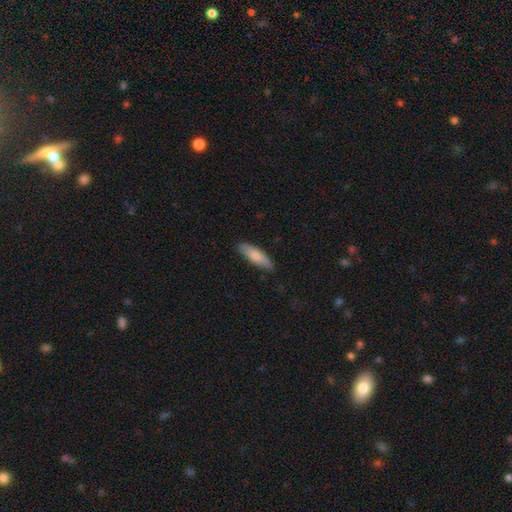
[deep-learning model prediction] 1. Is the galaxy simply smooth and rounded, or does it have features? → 78% smooth, 17% featured or disk, 5% star or artifact.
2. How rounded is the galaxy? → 53% in between, 46% cigar-shaped, 2% round.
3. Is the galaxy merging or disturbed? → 86% none, 11% minor disturbance, 2% major disturbance, 1% merger.